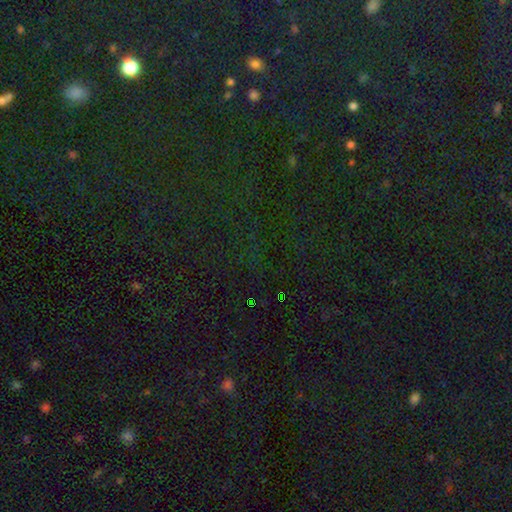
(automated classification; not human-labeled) A star or artifact, not a galaxy (82%).

Vote fractions:
- Smooth or featured? star or artifact: 82% / smooth: 11% / featured or disk: 7%